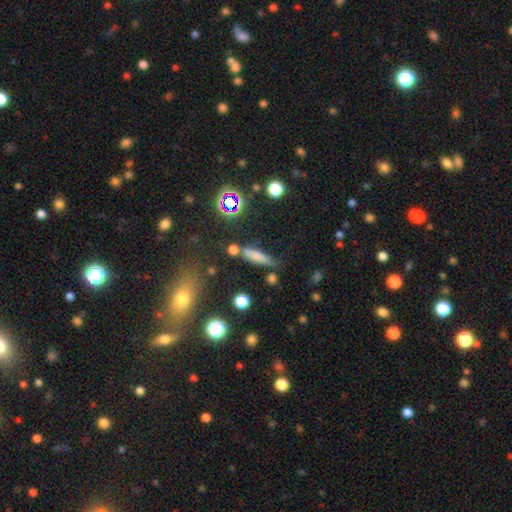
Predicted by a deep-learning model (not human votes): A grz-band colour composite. It shows a smooth galaxy with no disk features (71%) that is cigar-shaped (70%). Merging: none (65%).